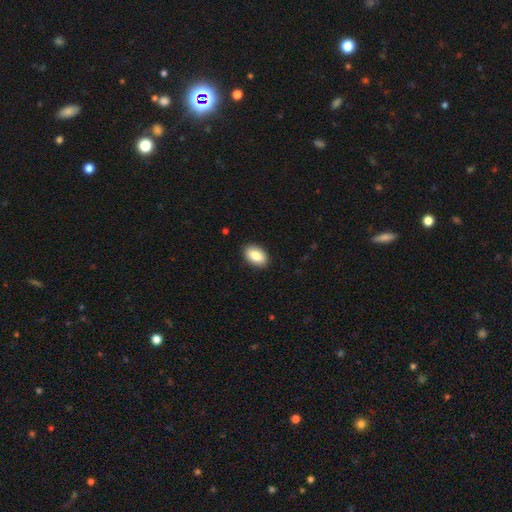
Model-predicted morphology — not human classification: Smooth or featured? Predicted: smooth (p=0.85). How rounded? Predicted: in between (p=0.91). Merging? Predicted: none (p=0.90).